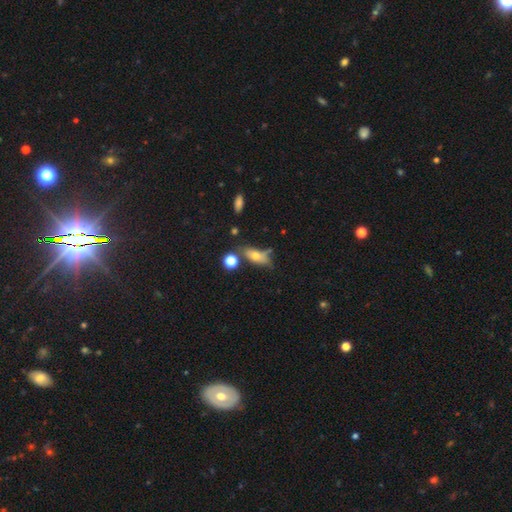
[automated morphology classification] This appears to be a smooth galaxy with no disk features (64%) that is in between round and cigar-shaped (71%). Merging: none (53%).